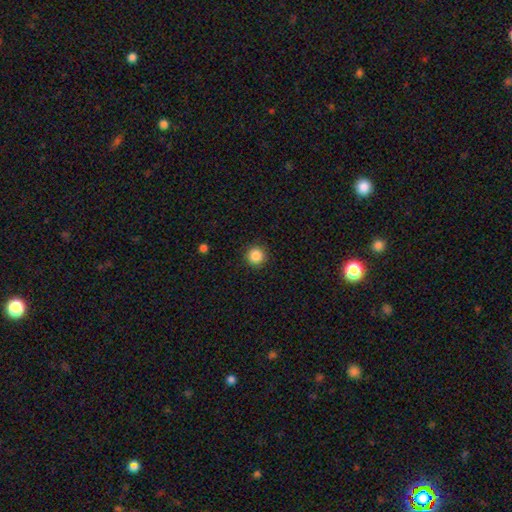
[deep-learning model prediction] Morphology: type=smooth (86%); roundness=round (95%); merging=none (92%).